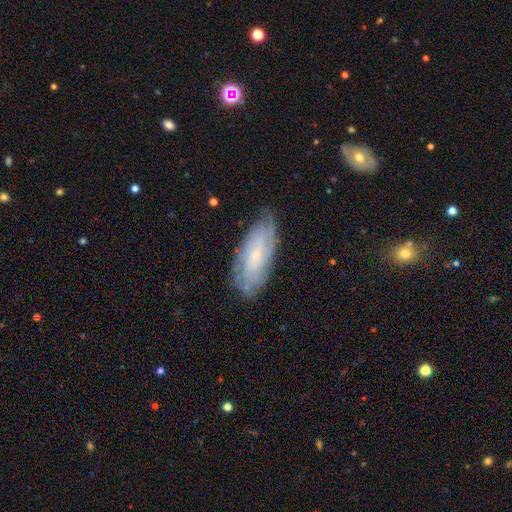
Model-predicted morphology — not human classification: smooth-or-featured: featured or disk: 63% | smooth: 29% | star or artifact: 8%
  disk-edge-on: no: 88% | yes: 12%
    bar: no: 64% | weak: 30% | strong: 6%
    has-spiral-arms: yes: 88% | no: 12%
    bulge-size: small: 74% | moderate: 17% | none: 6% | large: 2% | dominant: 1%
  merging: none: 74% | minor disturbance: 20% | major disturbance: 5% | merger: 1%